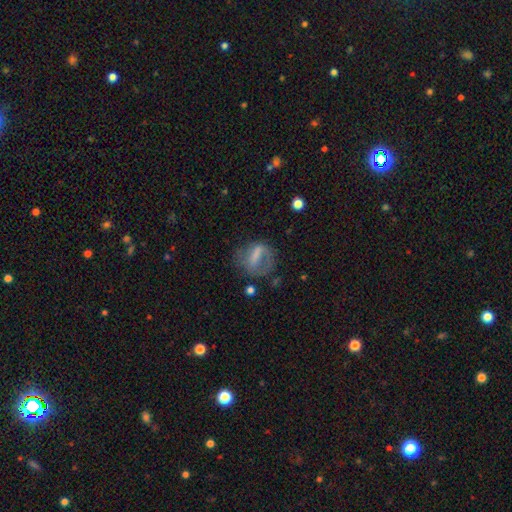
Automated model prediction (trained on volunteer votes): Overall: smooth (45%; featured or disk 44%). Merging: none (44%; major disturbance 30%).